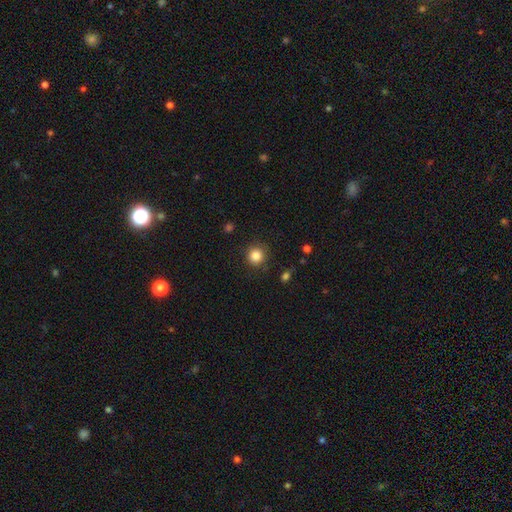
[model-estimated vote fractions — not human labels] Smooth or featured? smooth (85%)
How rounded? round (93%)
Merging? none (86%)